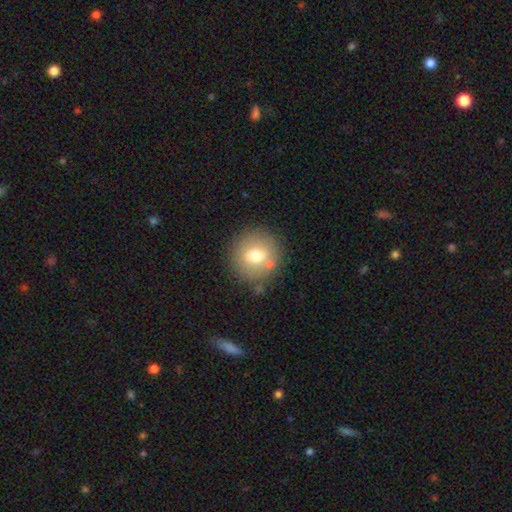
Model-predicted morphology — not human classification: Smooth or featured: smooth — 70% (featured or disk — 20%)
How rounded: round — 90% (in between — 9%)
Merging: none — 80% (minor disturbance — 11%)